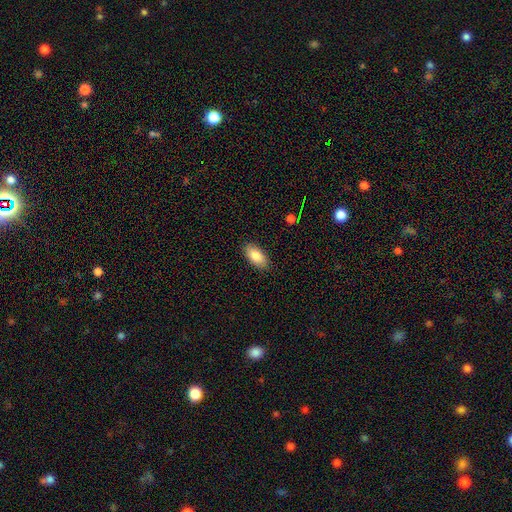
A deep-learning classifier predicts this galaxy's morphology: This appears to be a smooth galaxy with no disk features (84%) that is in between round and cigar-shaped (93%). Merging: none (88%).